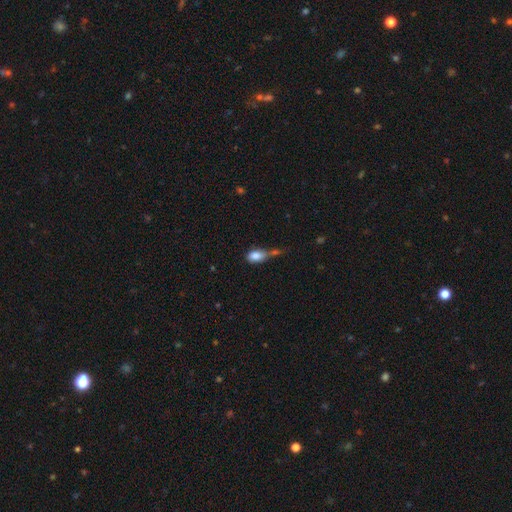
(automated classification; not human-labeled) Q: Smooth or featured?
A: smooth (82%); runner-up: featured or disk (10%)
Q: How rounded?
A: in between (86%); runner-up: round (10%)
Q: Merging?
A: merger (32%); runner-up: none (30%)